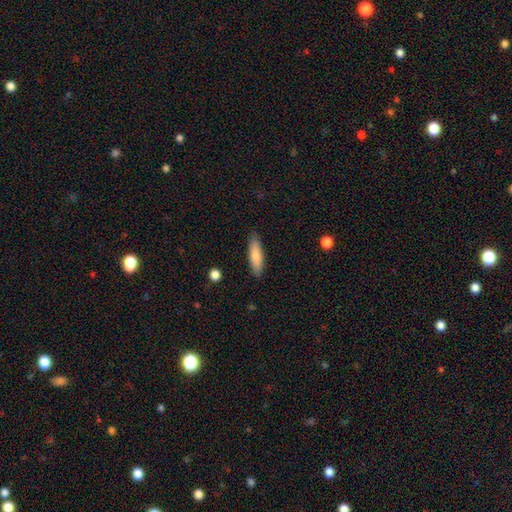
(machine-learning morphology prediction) smooth 79%, featured or disk 15%, star or artifact 6%. Down the decision tree: how rounded — cigar-shaped (61%); merging — none (87%).